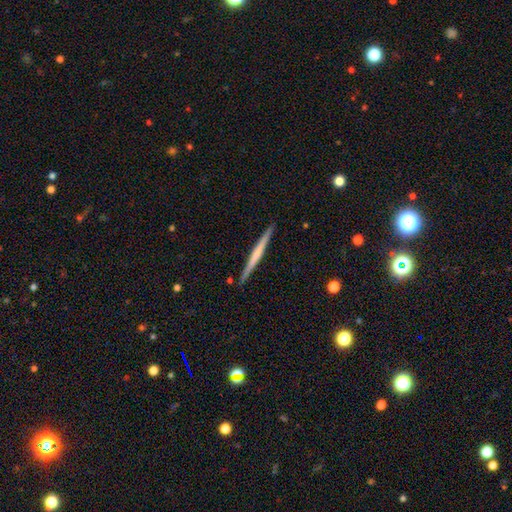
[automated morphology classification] Smooth or featured: featured or disk — 64% (smooth — 28%)
Edge-on disk: yes — 98% (no — 2%)
Edge-on bulge: none — 51% (rounded — 41%)
Merging: none — 91% (minor disturbance — 6%)